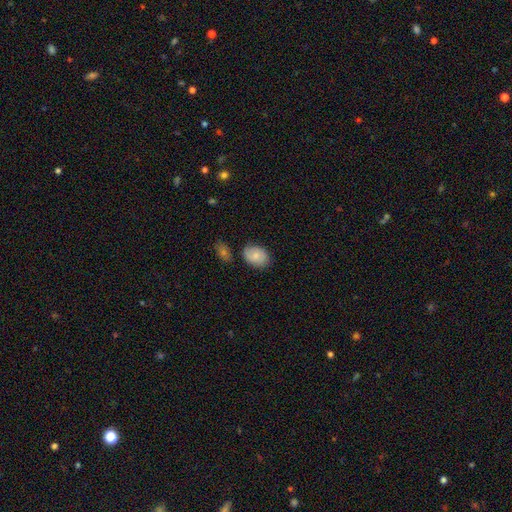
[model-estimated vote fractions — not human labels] smooth_or_featured: smooth (p=0.79) [alt: featured or disk p=0.14]
how_rounded: in between (p=0.78) [alt: round p=0.21]
merging: none (p=0.74) [alt: minor disturbance p=0.17]